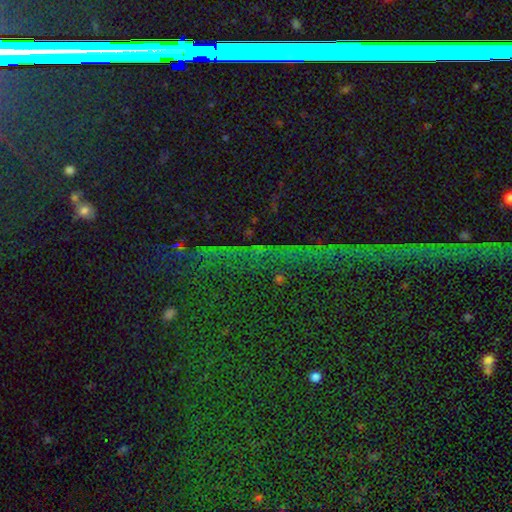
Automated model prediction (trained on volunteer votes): Morphology: type=star or artifact (85%).